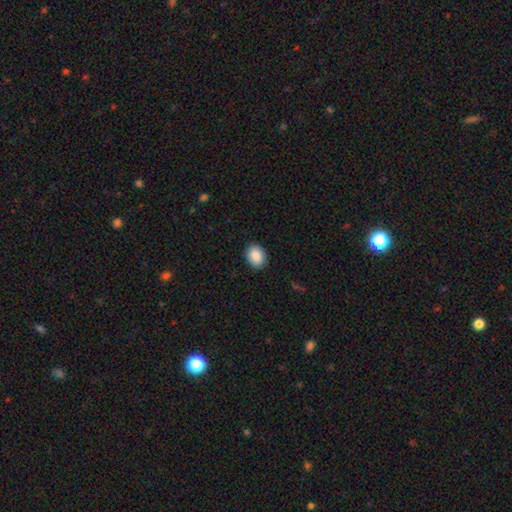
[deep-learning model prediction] A smooth galaxy with no disk features (89%) that is in between round and cigar-shaped (65%). Merging: none (90%).